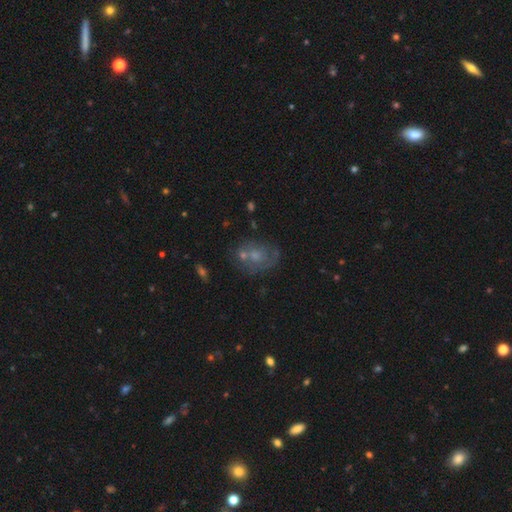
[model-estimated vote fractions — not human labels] Morphology: type=featured or disk (47%); merging=none (50%).